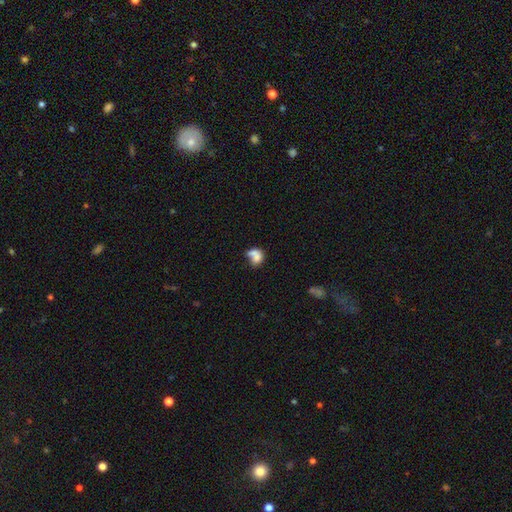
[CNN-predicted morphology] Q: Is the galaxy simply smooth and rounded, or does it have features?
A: smooth — 69%.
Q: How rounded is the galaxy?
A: in between — 54%.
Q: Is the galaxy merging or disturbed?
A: merger — 49%.